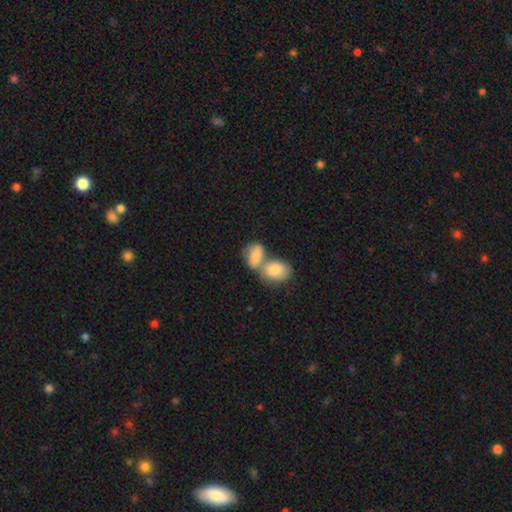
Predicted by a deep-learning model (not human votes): Smooth or featured? Predicted: smooth (p=0.80). How rounded? Predicted: in between (p=0.84). Merging? Predicted: merger (p=0.72).